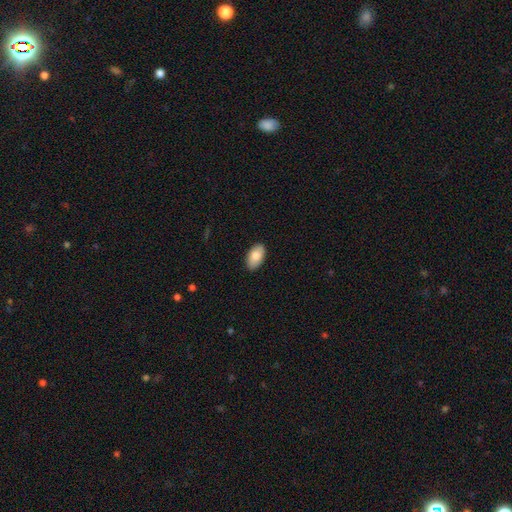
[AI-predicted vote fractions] Smooth or featured: smooth — 83% (featured or disk — 11%)
How rounded: in between — 95% (round — 4%)
Merging: none — 88% (minor disturbance — 10%)